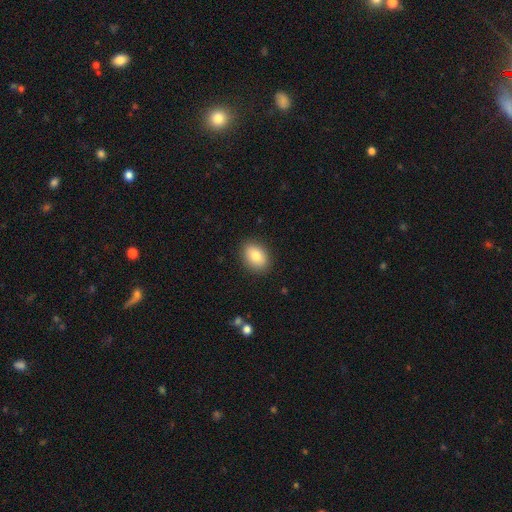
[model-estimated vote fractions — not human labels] Smooth or featured? smooth (82%)
How rounded? in between (72%)
Merging? none (88%)